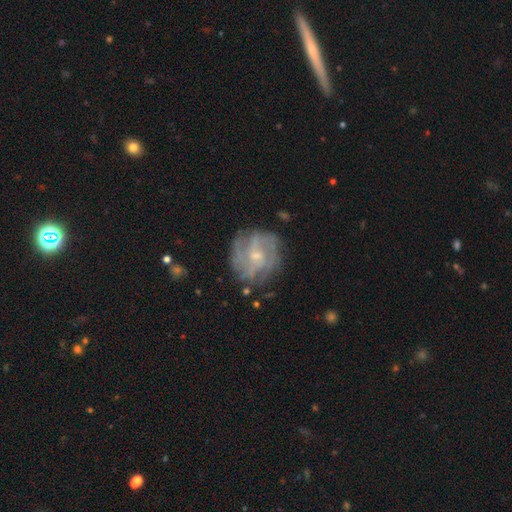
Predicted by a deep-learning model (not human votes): Overall: featured or disk (77%). Edge-on disk: no (97%). Bar: no (57%; weak 37%). Spiral arms: yes (85%). Spiral arm count: can't tell (38%; 3 20%). Spiral winding: tight (43%; medium 39%). Bulge size: small (58%; moderate 35%). Merging: none (74%).